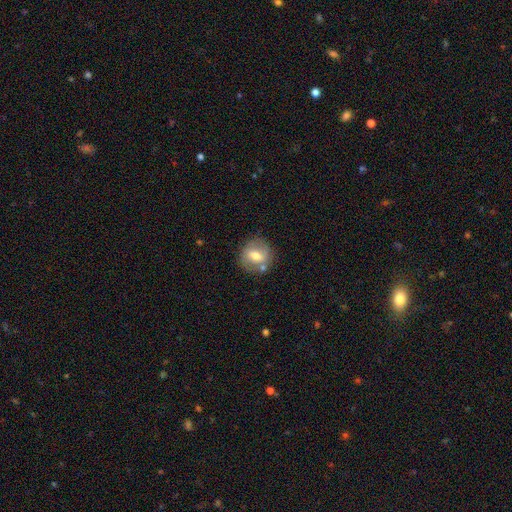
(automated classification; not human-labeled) Overall: smooth (54%; featured or disk 38%). How rounded: round (83%). Merging: none (73%).